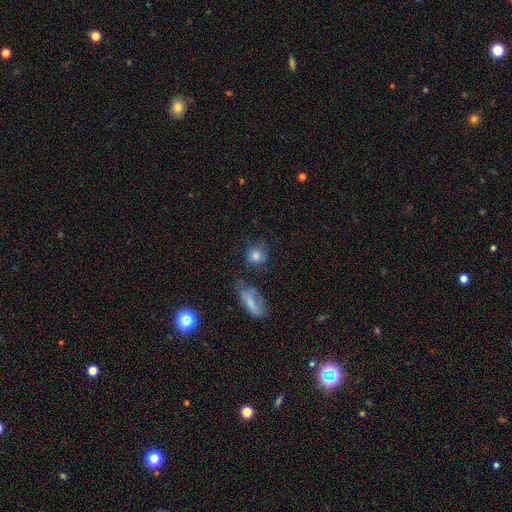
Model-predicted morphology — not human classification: type=smooth (75%); roundness=round (69%); merging=none (58%).